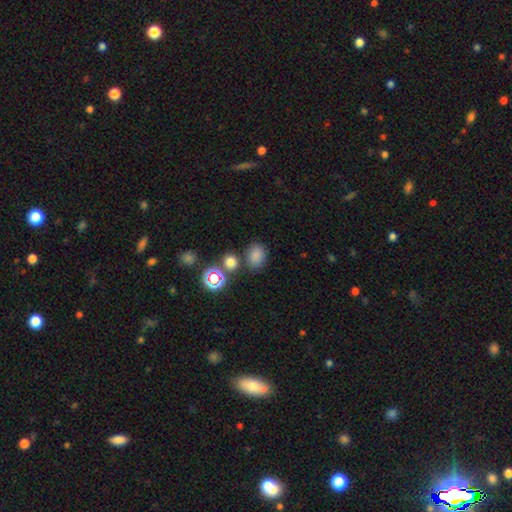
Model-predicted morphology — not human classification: Smooth or featured?
  - smooth: 78% *
  - star or artifact: 16%
  - featured or disk: 6%
How rounded?
  - in between: 59% *
  - round: 40%
  - cigar-shaped: 1%
Merging?
  - none: 70% *
  - minor disturbance: 14%
  - merger: 12%
  - major disturbance: 4%